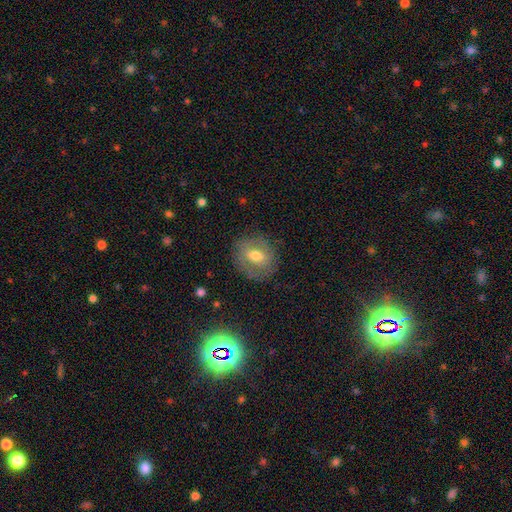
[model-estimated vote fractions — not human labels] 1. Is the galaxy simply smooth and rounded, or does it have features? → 46% featured or disk, 41% smooth, 12% star or artifact.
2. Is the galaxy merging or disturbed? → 79% none, 14% minor disturbance, 6% major disturbance, 1% merger.